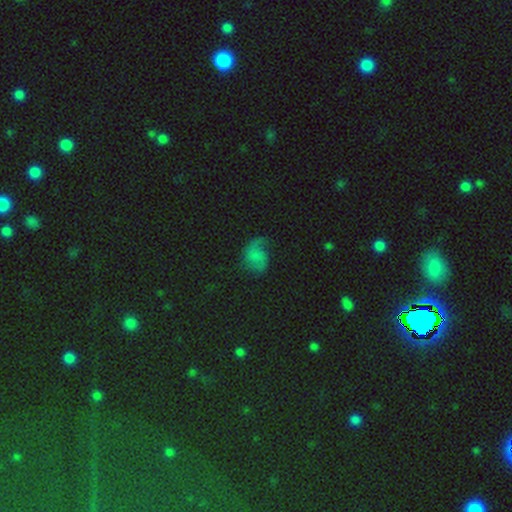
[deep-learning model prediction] Smooth or featured?
  - featured or disk: 50% *
  - smooth: 34%
  - star or artifact: 16%
Merging?
  - none: 51% *
  - minor disturbance: 25%
  - major disturbance: 22%
  - merger: 3%